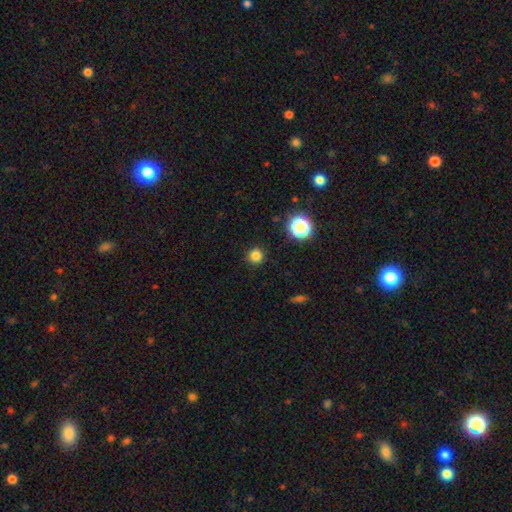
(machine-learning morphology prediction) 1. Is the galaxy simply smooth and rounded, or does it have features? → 80% smooth, 15% star or artifact, 4% featured or disk.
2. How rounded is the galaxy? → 95% round, 4% in between, 1% cigar-shaped.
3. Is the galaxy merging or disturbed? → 91% none, 5% minor disturbance, 2% major disturbance, 1% merger.